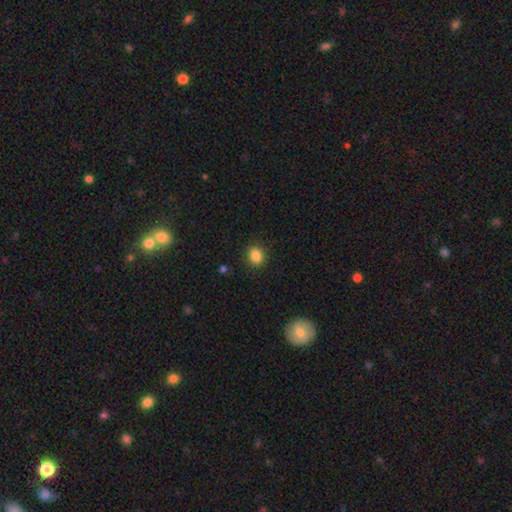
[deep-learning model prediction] Q: Smooth or featured?
A: smooth (86%); runner-up: star or artifact (10%)
Q: How rounded?
A: round (65%); runner-up: in between (34%)
Q: Merging?
A: none (87%); runner-up: minor disturbance (9%)